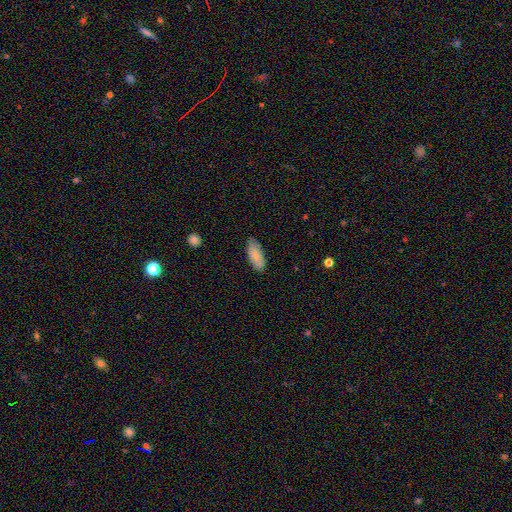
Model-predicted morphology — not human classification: smooth_or_featured: smooth (p=0.82) [alt: featured or disk p=0.12]
how_rounded: in between (p=0.87) [alt: cigar-shaped p=0.11]
merging: none (p=0.77) [alt: minor disturbance p=0.18]